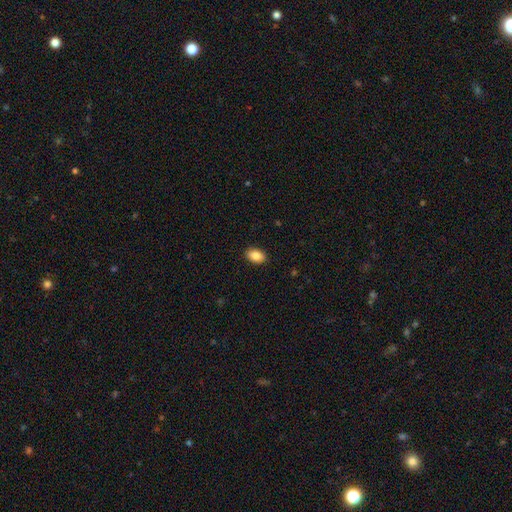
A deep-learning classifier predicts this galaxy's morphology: Smooth or featured: smooth — 88% (star or artifact — 8%)
How rounded: in between — 88% (round — 11%)
Merging: none — 89% (minor disturbance — 8%)